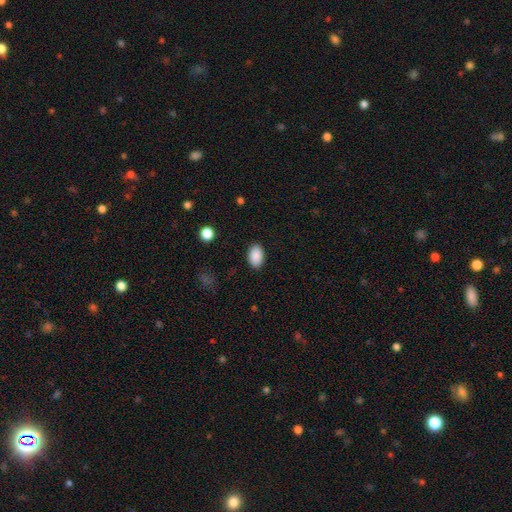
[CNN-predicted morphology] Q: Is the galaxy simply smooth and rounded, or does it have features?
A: smooth — 90%.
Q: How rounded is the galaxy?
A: in between — 91%.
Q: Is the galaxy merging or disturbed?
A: none — 88%.